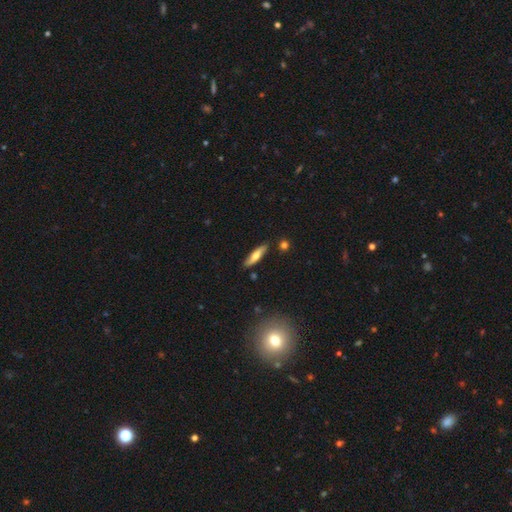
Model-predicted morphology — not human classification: A smooth galaxy with no disk features (58%) that is cigar-shaped (73%). Merging: none (82%).